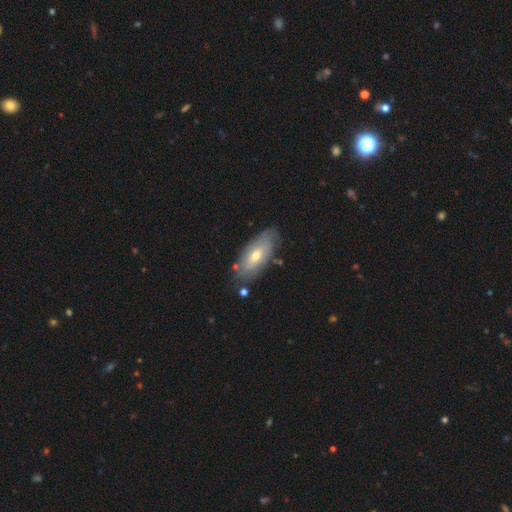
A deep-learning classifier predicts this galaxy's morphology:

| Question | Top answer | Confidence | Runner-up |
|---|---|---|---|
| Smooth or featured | featured or disk | 54% | smooth (39%) |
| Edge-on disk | no | 80% | yes (20%) |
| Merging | none | 74% | minor disturbance (18%) |